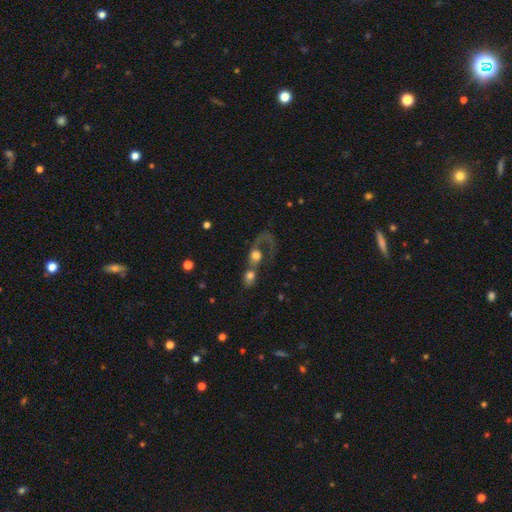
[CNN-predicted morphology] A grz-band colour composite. It shows a smooth galaxy with no disk features (46%). Merging: merger (68%).